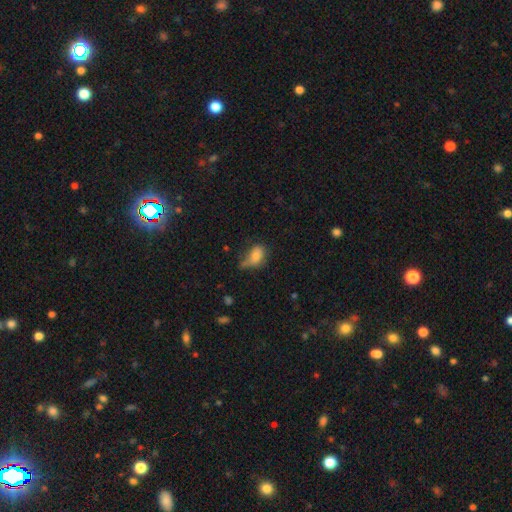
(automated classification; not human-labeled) The model was most divided on "merging": minor disturbance: 39%, none: 34%, major disturbance: 22%, merger: 5%. More confident: how rounded — in between (87%); smooth or featured — smooth (76%).